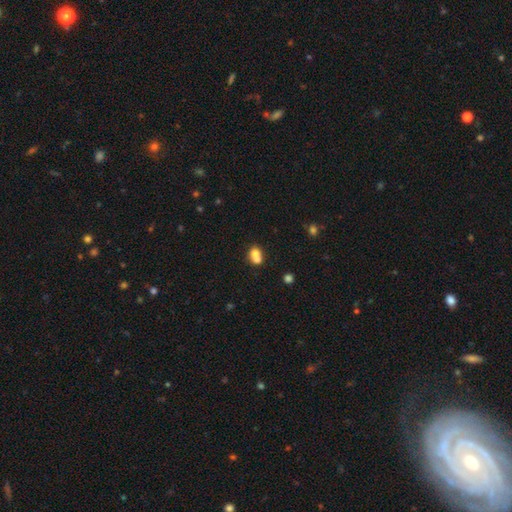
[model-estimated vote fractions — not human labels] This is likely a smooth galaxy (71%). How rounded: possibly round (52%). Merging: likely merger (63%).